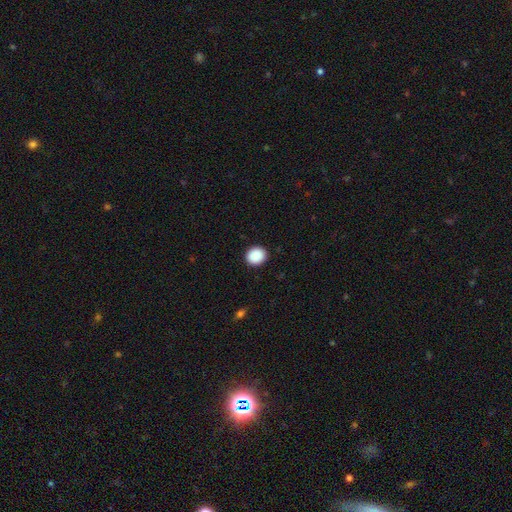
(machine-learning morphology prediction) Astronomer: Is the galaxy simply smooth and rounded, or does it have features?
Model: smooth — 90%.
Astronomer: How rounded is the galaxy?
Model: round — 77%.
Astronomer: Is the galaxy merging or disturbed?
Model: none — 91%.